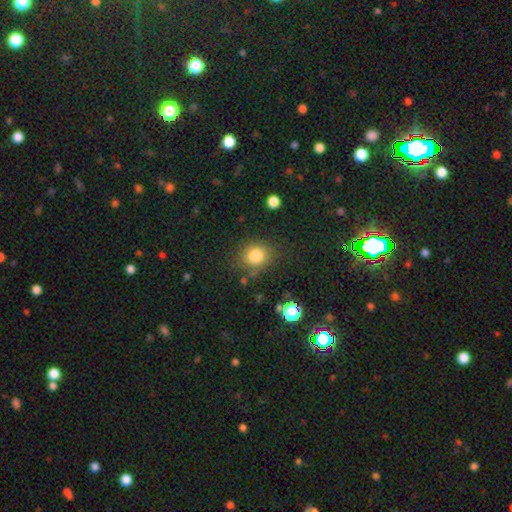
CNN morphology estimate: smooth_or_featured: smooth (p=0.81) [alt: star or artifact p=0.12]
how_rounded: round (p=0.74) [alt: in between p=0.25]
merging: none (p=0.77) [alt: minor disturbance p=0.14]